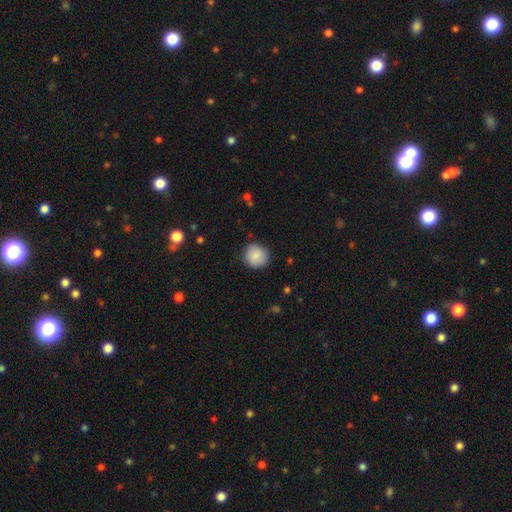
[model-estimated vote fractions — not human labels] Smooth or featured: smooth — 88% (star or artifact — 8%)
How rounded: round — 91% (in between — 8%)
Merging: none — 88% (minor disturbance — 9%)